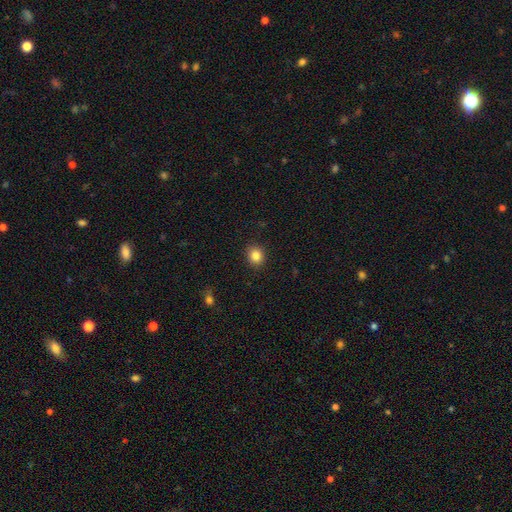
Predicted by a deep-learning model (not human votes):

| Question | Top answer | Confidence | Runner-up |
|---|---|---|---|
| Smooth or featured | smooth | 84% | star or artifact (11%) |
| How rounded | round | 74% | in between (26%) |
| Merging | none | 91% | minor disturbance (7%) |